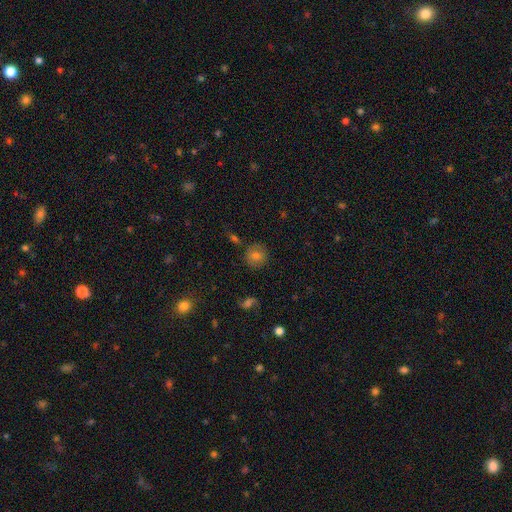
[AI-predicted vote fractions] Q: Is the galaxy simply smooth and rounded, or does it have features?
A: smooth — 73%.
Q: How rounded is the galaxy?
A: round — 92%.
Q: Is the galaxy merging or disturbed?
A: none — 85%.